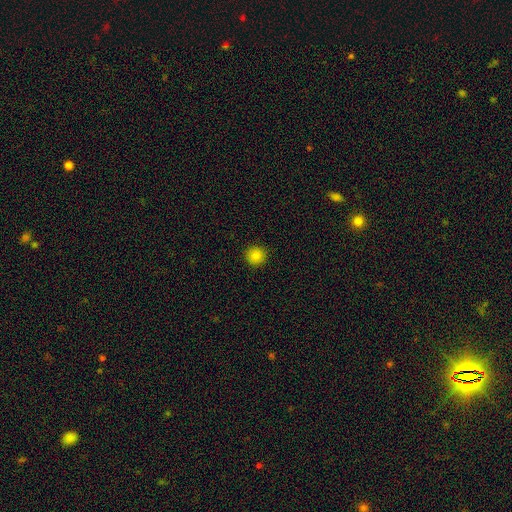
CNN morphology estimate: The model was most divided on "smooth or featured": smooth: 83%, star or artifact: 12%, featured or disk: 4%. More confident: how rounded — round (94%); merging — none (92%).